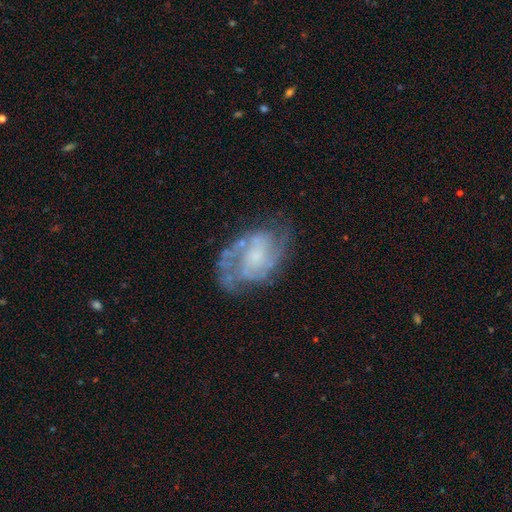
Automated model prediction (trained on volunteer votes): Overall: featured or disk (81%). Edge-on disk: no (97%). Bar: no (59%; weak 33%). Spiral arms: yes (89%). Spiral arm count: 2 (57%; can't tell 22%). Spiral winding: medium (45%; tight 40%). Bulge size: small (41%; moderate 27%). Merging: none (65%).